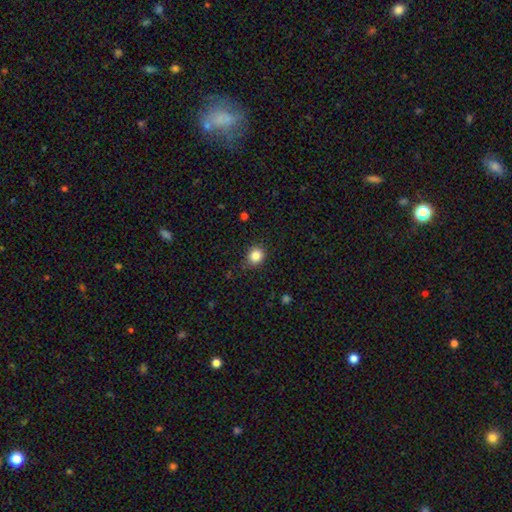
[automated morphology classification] smooth_or_featured: smooth (p=0.84) [alt: star or artifact p=0.11]
how_rounded: round (p=0.78) [alt: in between p=0.21]
merging: none (p=0.84) [alt: minor disturbance p=0.12]